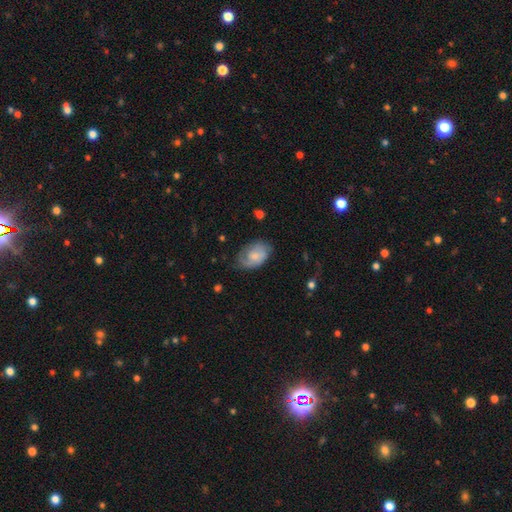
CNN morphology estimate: The model was most divided on "smooth or featured": smooth: 55%, featured or disk: 38%, star or artifact: 7%. More confident: how rounded — in between (86%); merging — none (61%).